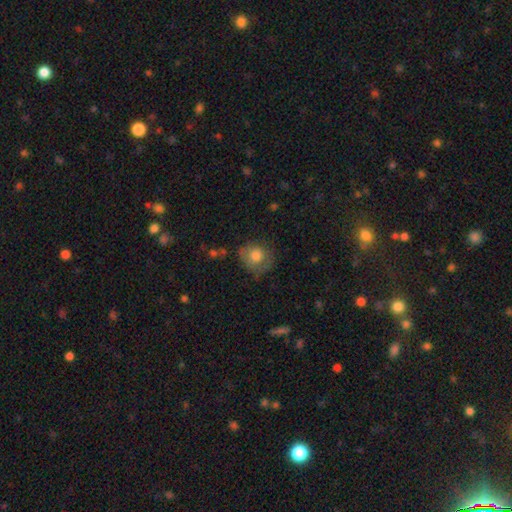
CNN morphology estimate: A smooth galaxy with no disk features (74%) that is round (83%). Merging: none (59%).